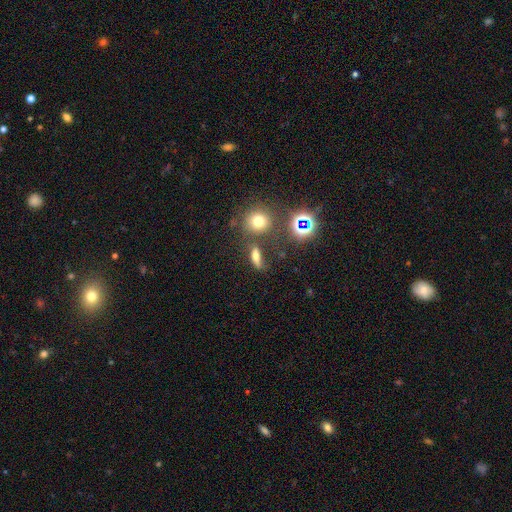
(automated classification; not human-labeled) Smooth or featured? smooth (62%)
How rounded? in between (44%)
Merging? none (67%)